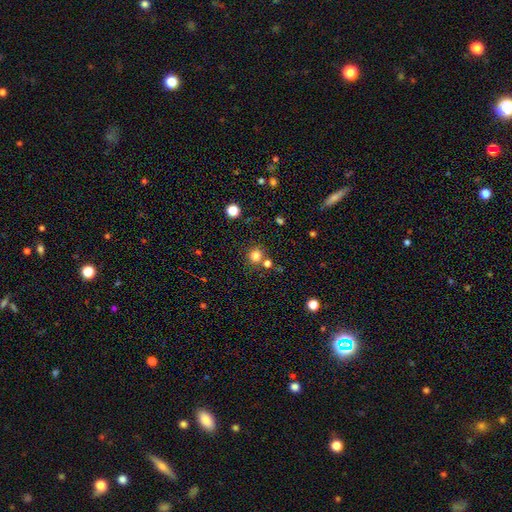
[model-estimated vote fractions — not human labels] A smooth galaxy with no disk features (80%) that is round (91%).

Vote fractions:
- Smooth or featured? smooth: 80% / star or artifact: 15% / featured or disk: 5%
- How rounded? round: 91% / in between: 8% / cigar-shaped: 1%
- Merging? none: 75% / merger: 13% / minor disturbance: 8% / major disturbance: 3%